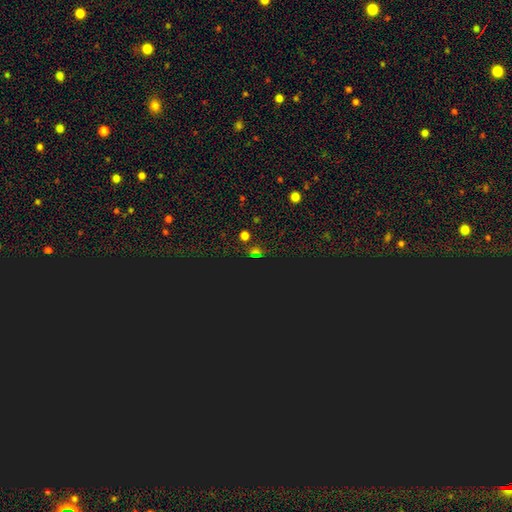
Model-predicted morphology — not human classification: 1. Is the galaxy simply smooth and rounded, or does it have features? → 66% star or artifact, 27% smooth, 7% featured or disk.